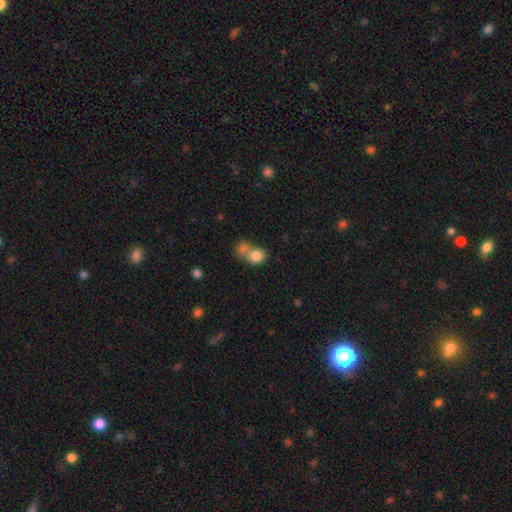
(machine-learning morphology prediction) Smooth or featured? smooth (80%)
How rounded? round (64%)
Merging? merger (58%)